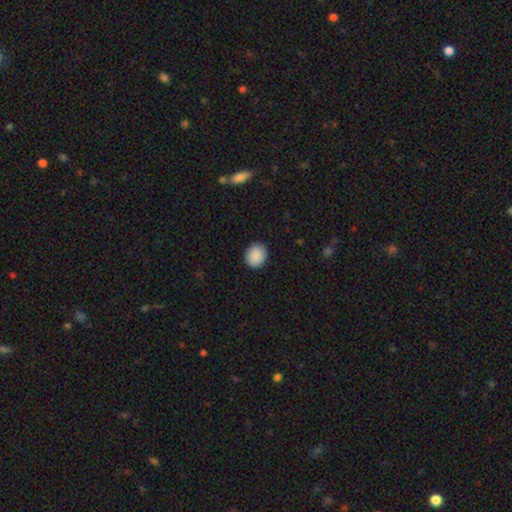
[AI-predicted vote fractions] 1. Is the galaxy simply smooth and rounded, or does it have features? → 90% smooth, 7% star or artifact, 3% featured or disk.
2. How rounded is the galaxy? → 61% round, 38% in between, 1% cigar-shaped.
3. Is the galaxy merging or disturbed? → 88% none, 9% minor disturbance, 2% major disturbance, 1% merger.